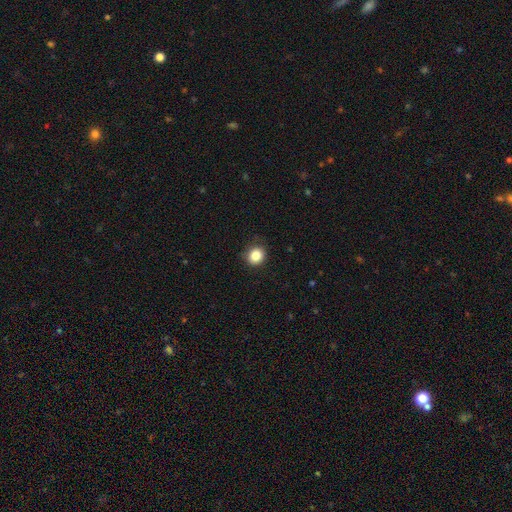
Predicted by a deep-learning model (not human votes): Morphology: type=smooth (86%); roundness=round (85%); merging=none (86%).